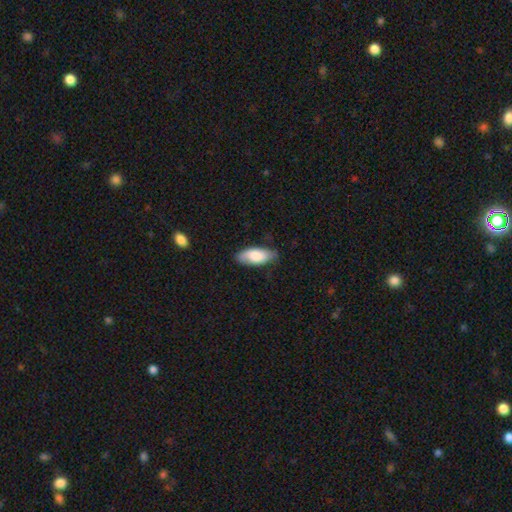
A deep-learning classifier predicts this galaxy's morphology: Smooth or featured? Predicted: smooth (p=0.78). How rounded? Predicted: in between (p=0.87). Merging? Predicted: none (p=0.73).